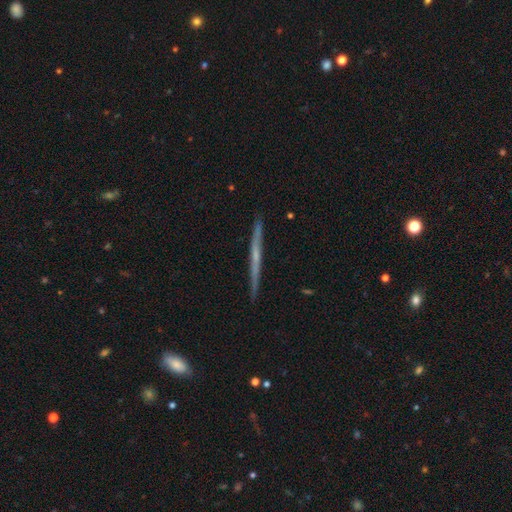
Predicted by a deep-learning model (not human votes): Q: Smooth or featured?
A: featured or disk (69%); runner-up: smooth (25%)
Q: Edge-on disk?
A: yes (98%); runner-up: no (2%)
Q: Edge-on bulge?
A: none (61%); runner-up: rounded (33%)
Q: Merging?
A: none (91%); runner-up: minor disturbance (7%)